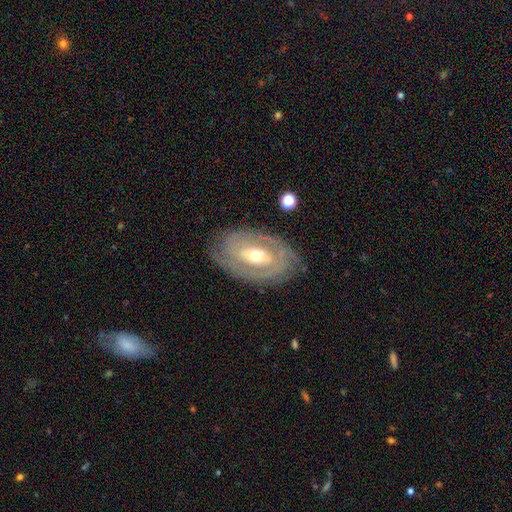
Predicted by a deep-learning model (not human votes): smooth-or-featured: featured or disk: 80% | smooth: 14% | star or artifact: 5%
  disk-edge-on: no: 93% | yes: 7%
    bar: no: 38% | weak: 37% | strong: 25%
    has-spiral-arms: yes: 73% | no: 27%
      spiral-winding: tight: 70% | medium: 22% | loose: 8%
      spiral-arm-count: 2: 43% | can't tell: 37% | 3: 8% | 1: 5% | 4: 3% | more than 4: 3%
    bulge-size: moderate: 62% | small: 32% | large: 4% | dominant: 1% | none: 1%
  merging: none: 79% | minor disturbance: 14% | major disturbance: 5% | merger: 1%